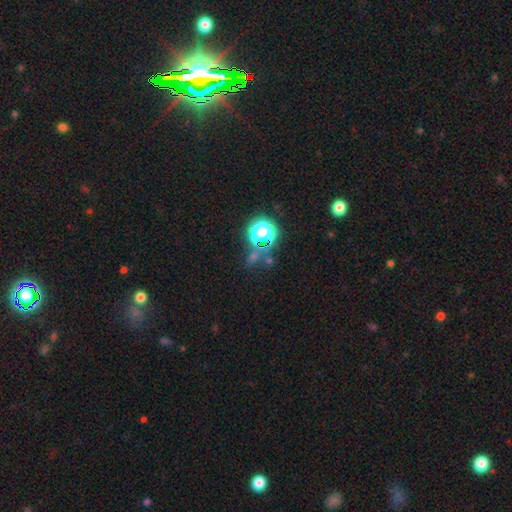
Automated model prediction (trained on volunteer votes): Smooth or featured? Predicted: star or artifact (p=0.65).